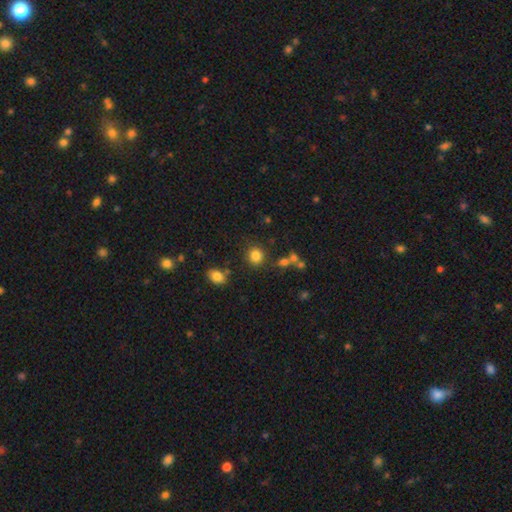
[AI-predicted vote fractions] Morphology: type=smooth (82%); roundness=round (84%); merging=none (81%).